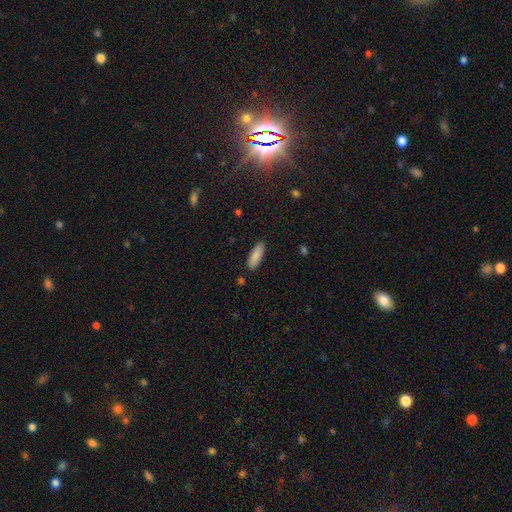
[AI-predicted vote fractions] This is clearly a smooth galaxy (88%). How rounded: possibly in between (58%). Merging: clearly none (88%).